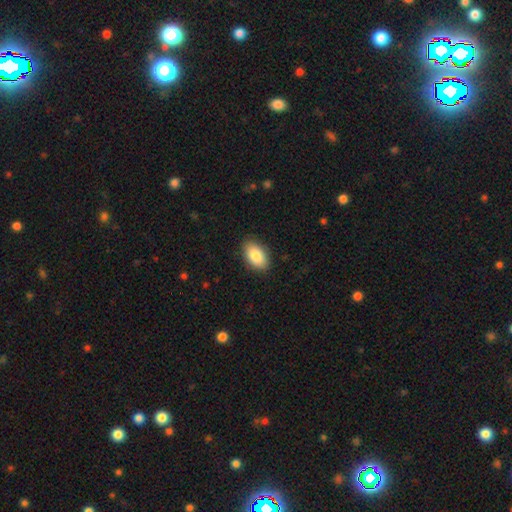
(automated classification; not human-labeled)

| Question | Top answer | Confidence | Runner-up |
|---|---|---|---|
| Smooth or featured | smooth | 86% | featured or disk (7%) |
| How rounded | in between | 93% | round (6%) |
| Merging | none | 88% | minor disturbance (9%) |